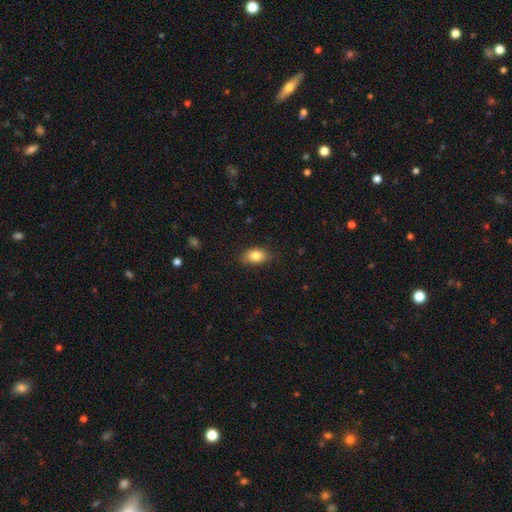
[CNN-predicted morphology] The model was most divided on "merging": none: 79%, minor disturbance: 17%, major disturbance: 3%, merger: 1%. More confident: how rounded — in between (86%); smooth or featured — smooth (82%).